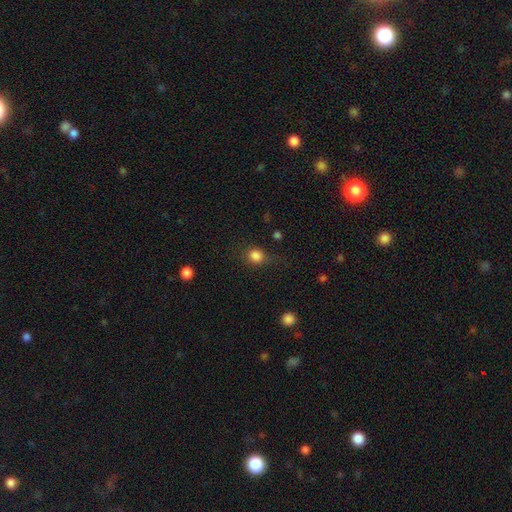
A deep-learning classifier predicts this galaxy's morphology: Smooth or featured?
  - smooth: 83% *
  - star or artifact: 11%
  - featured or disk: 6%
How rounded?
  - round: 78% *
  - in between: 21%
  - cigar-shaped: 1%
Merging?
  - none: 64% *
  - minor disturbance: 23%
  - major disturbance: 10%
  - merger: 3%